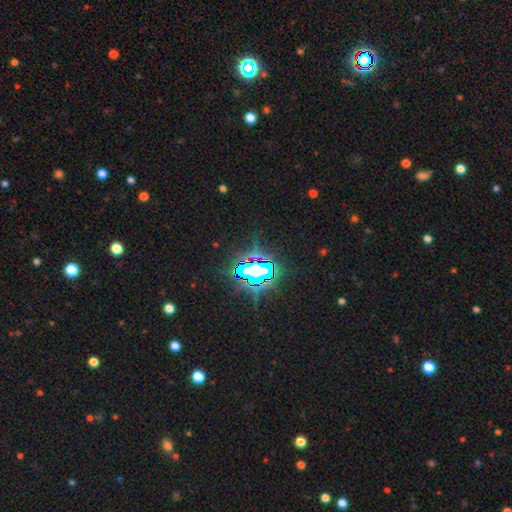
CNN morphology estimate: Smooth or featured? Predicted: star or artifact (p=0.78).